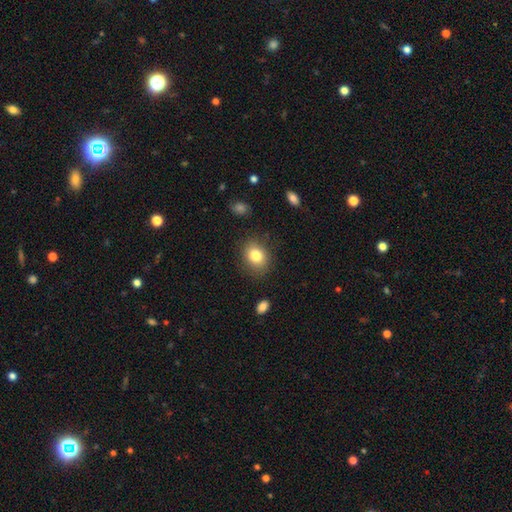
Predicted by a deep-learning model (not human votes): smooth-or-featured: smooth: 82% | star or artifact: 10% | featured or disk: 9%
  how-rounded: round: 51% | in between: 48% | cigar-shaped: 1%
  merging: none: 83% | minor disturbance: 12% | major disturbance: 3% | merger: 2%